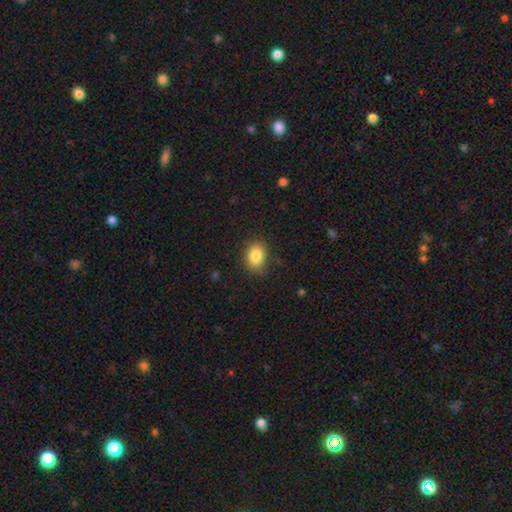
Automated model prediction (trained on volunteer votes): Morphology: type=smooth (85%); roundness=in between (63%); merging=none (83%).